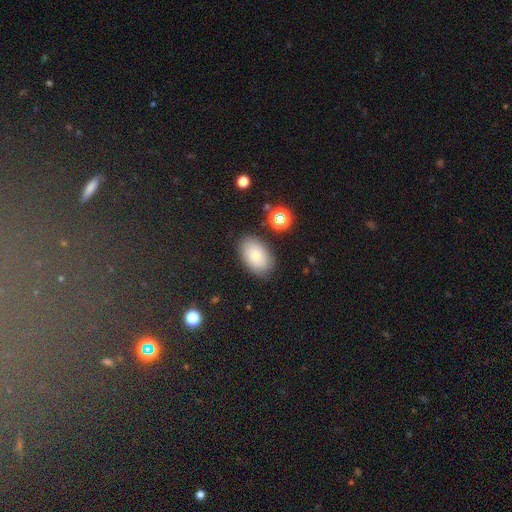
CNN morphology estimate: type=smooth (74%); roundness=in between (90%); merging=none (83%).